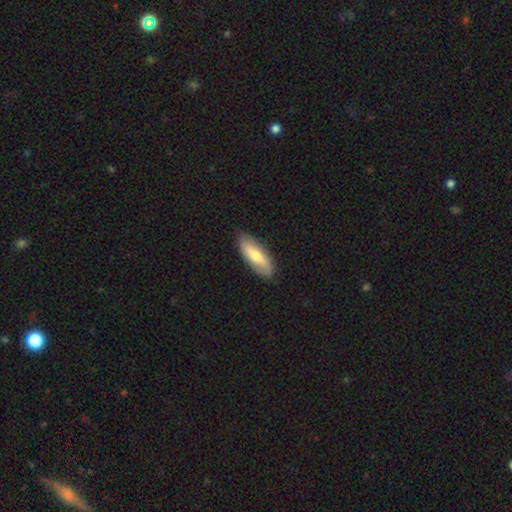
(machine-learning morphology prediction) A smooth galaxy with no disk features (65%) that is in between round and cigar-shaped (73%).

Vote fractions:
- Smooth or featured? smooth: 65% / featured or disk: 30% / star or artifact: 5%
- How rounded? in between: 73% / cigar-shaped: 25% / round: 2%
- Merging? none: 83% / minor disturbance: 14% / major disturbance: 3% / merger: 1%